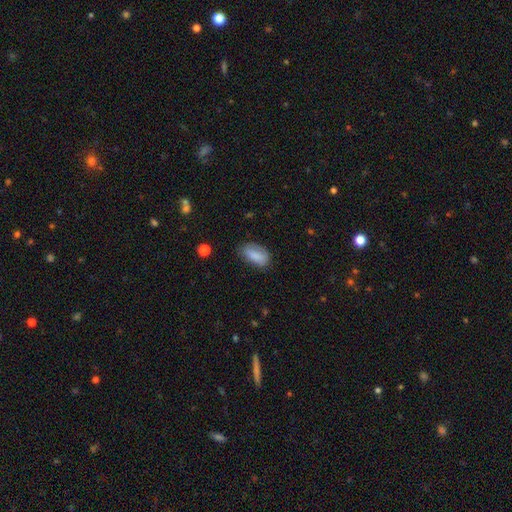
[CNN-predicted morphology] The model was most divided on "merging": none: 68%, minor disturbance: 24%, major disturbance: 6%, merger: 2%. More confident: how rounded — in between (90%); smooth or featured — smooth (84%).